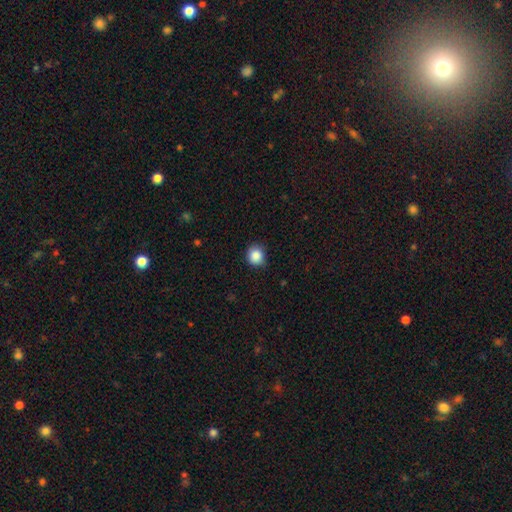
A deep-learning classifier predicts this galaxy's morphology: A smooth galaxy with no disk features (87%) that is round (85%). Merging: none (80%).